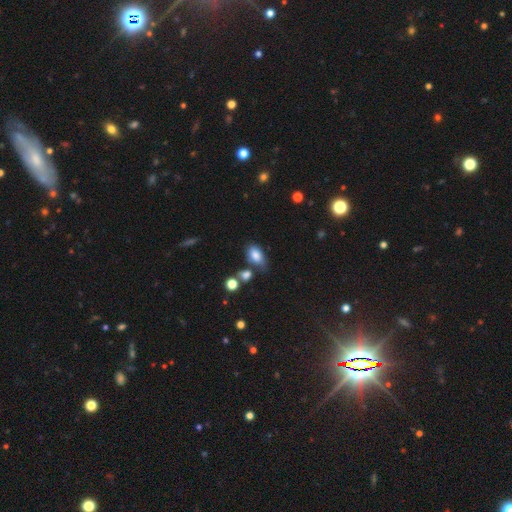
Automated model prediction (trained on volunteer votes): Smooth or featured?
  - smooth: 82% *
  - star or artifact: 9%
  - featured or disk: 8%
How rounded?
  - in between: 88% *
  - round: 10%
  - cigar-shaped: 2%
Merging?
  - none: 58% *
  - minor disturbance: 23%
  - merger: 12%
  - major disturbance: 7%